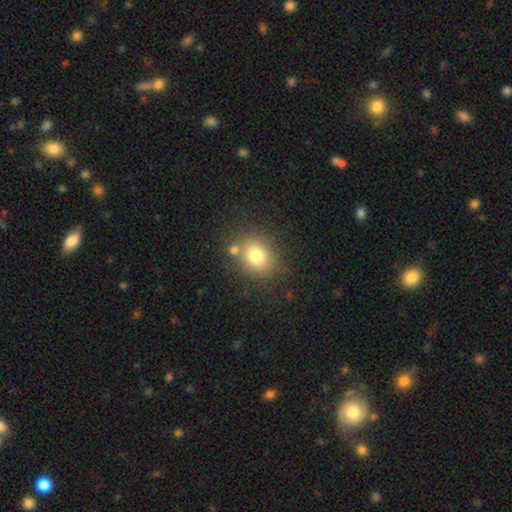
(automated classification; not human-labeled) Morphology: type=smooth (77%); roundness=round (57%); merging=none (70%).